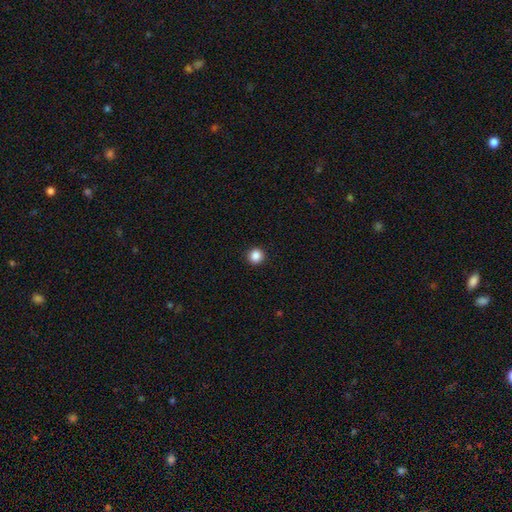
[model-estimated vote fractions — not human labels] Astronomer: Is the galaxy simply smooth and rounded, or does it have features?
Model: smooth — 87%.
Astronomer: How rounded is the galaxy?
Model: round — 94%.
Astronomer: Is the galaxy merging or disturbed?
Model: none — 93%.